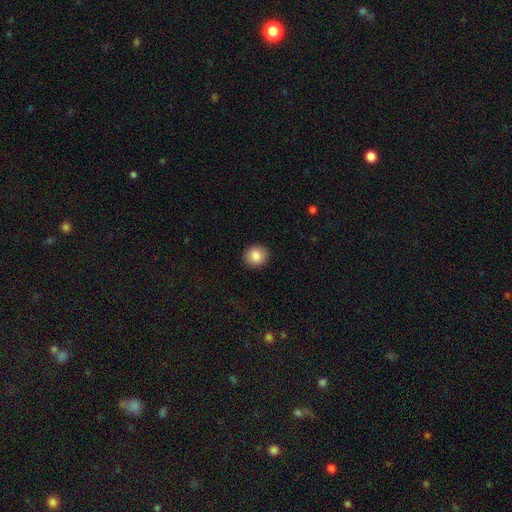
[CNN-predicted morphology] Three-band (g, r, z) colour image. It shows a smooth galaxy with no disk features (85%) that is round (82%). Merging: none (92%).